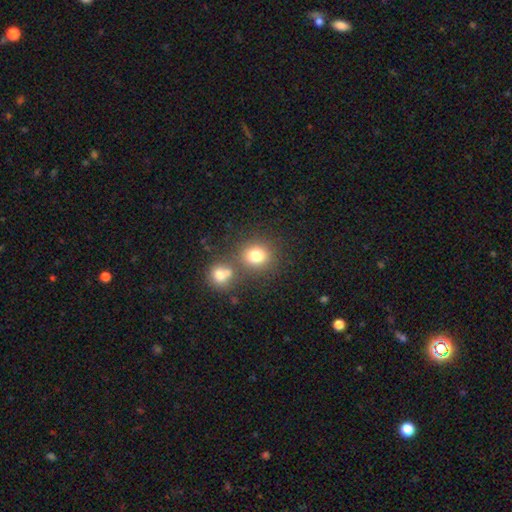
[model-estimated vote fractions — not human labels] Overall: smooth (78%). How rounded: round (80%). Merging: none (65%).